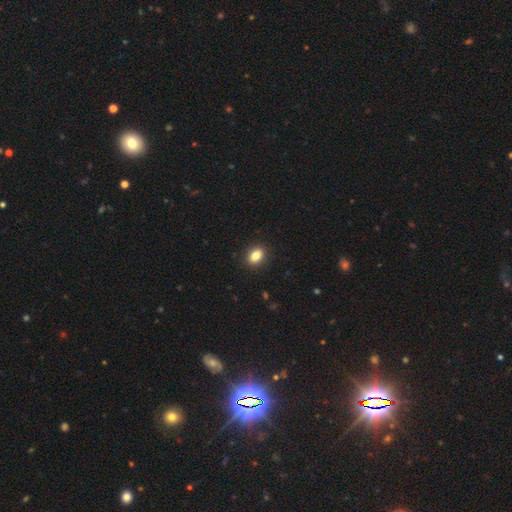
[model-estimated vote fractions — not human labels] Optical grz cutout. It shows a smooth galaxy with no disk features (85%) that is in between round and cigar-shaped (75%). Merging: none (91%).